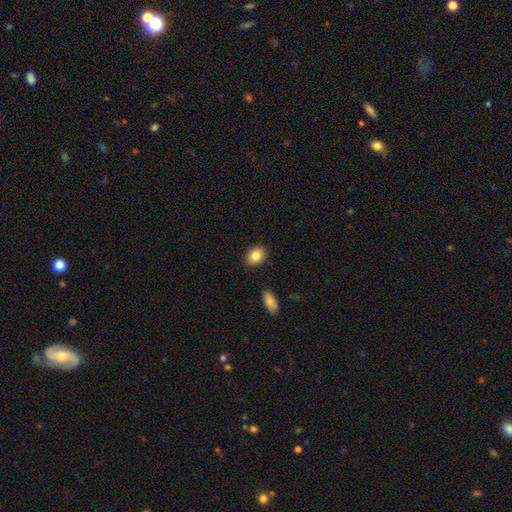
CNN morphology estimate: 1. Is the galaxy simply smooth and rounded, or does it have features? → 84% smooth, 8% star or artifact, 8% featured or disk.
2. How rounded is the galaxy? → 60% in between, 39% round, 1% cigar-shaped.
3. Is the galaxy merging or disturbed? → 89% none, 8% minor disturbance, 2% major disturbance, 2% merger.